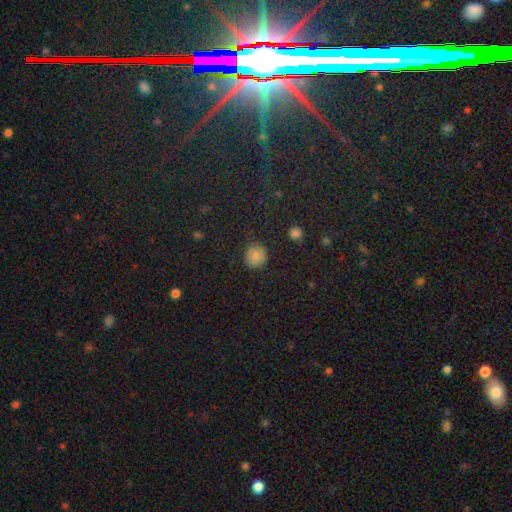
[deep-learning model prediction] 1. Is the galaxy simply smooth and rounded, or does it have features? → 81% smooth, 14% star or artifact, 6% featured or disk.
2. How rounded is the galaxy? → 88% round, 11% in between, 1% cigar-shaped.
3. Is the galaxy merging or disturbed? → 84% none, 12% minor disturbance, 3% major disturbance, 1% merger.